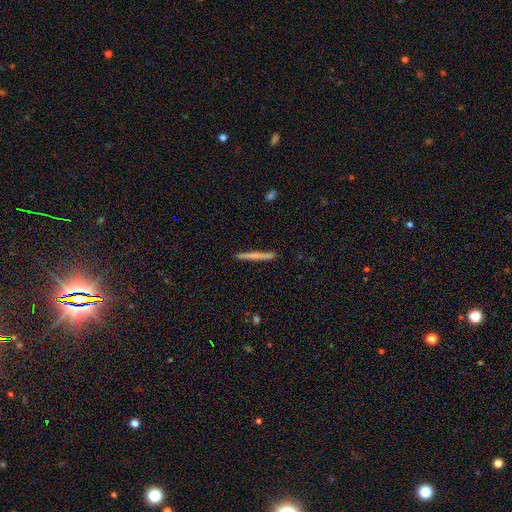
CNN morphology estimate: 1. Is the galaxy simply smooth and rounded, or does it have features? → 63% smooth, 31% featured or disk, 5% star or artifact.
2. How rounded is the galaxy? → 97% cigar-shaped, 2% in between, 1% round.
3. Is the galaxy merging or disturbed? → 91% none, 6% minor disturbance, 1% major disturbance, 1% merger.